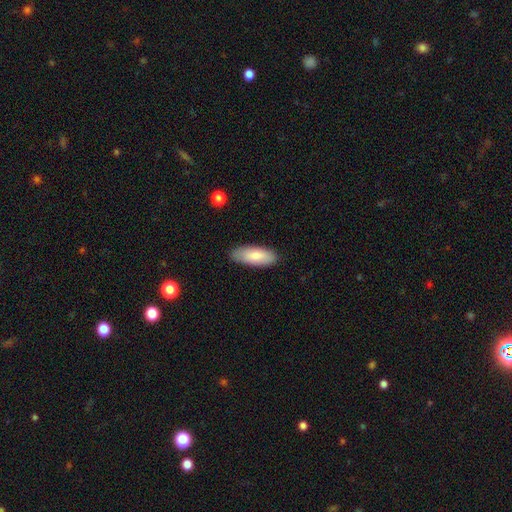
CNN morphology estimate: This appears to be a smooth galaxy with no disk features (81%) that is in between round and cigar-shaped (74%). Merging: none (86%).